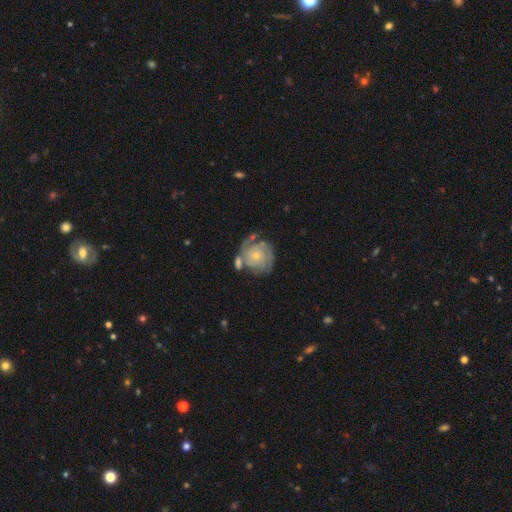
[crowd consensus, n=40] Smooth or featured: featured or disk — 80% (smooth — 20%)
Edge-on disk: no — 97% (yes — 3%)
Bar: no — 77% (weak — 23%)
Spiral arms: yes — 97% (no — 3%)
Spiral winding: tight — 73% (medium — 17%)
Spiral arm count: 2 — 43% (3 — 30%)
Bulge size: small — 84% (moderate — 16%)
Merging: none — 45% (minor disturbance — 28%)